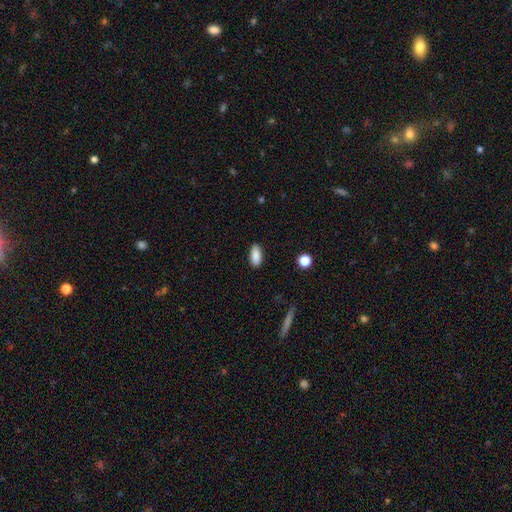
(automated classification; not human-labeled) Smooth or featured? smooth (89%)
How rounded? in between (86%)
Merging? none (88%)